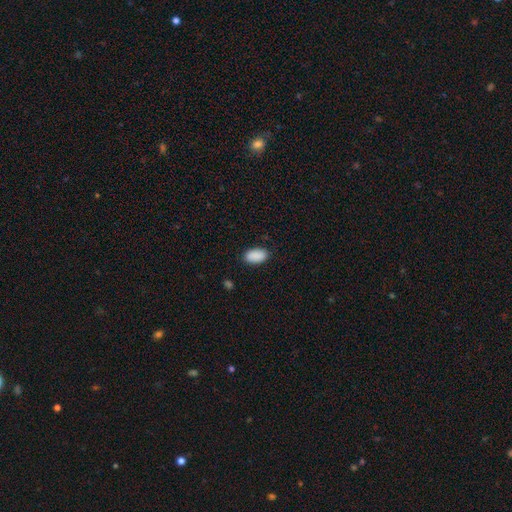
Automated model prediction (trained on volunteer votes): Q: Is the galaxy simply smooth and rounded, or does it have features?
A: smooth — 91%.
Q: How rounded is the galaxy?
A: in between — 94%.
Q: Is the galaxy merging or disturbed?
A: none — 87%.